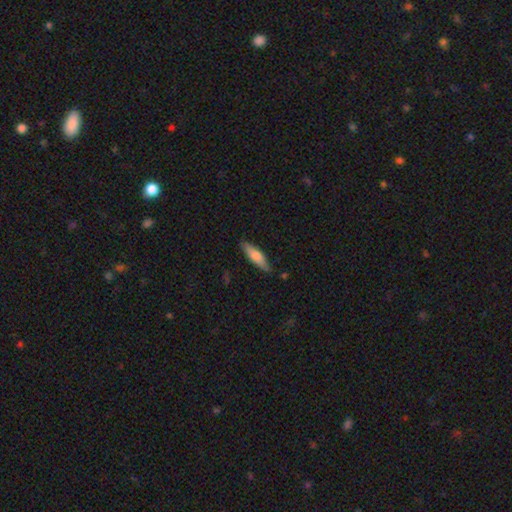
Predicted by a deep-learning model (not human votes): A smooth galaxy with no disk features (70%) that is cigar-shaped (63%). Merging: none (83%).